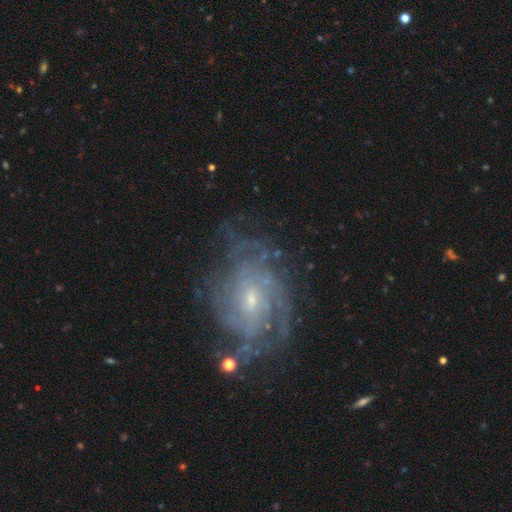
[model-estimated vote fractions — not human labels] Overall: featured or disk (83%). Edge-on disk: no (97%). Bar: no (57%; weak 33%). Spiral arms: yes (97%). Spiral arm count: can't tell (31%; 4 19%). Spiral winding: tight (70%). Bulge size: small (63%; moderate 32%). Merging: none (76%).